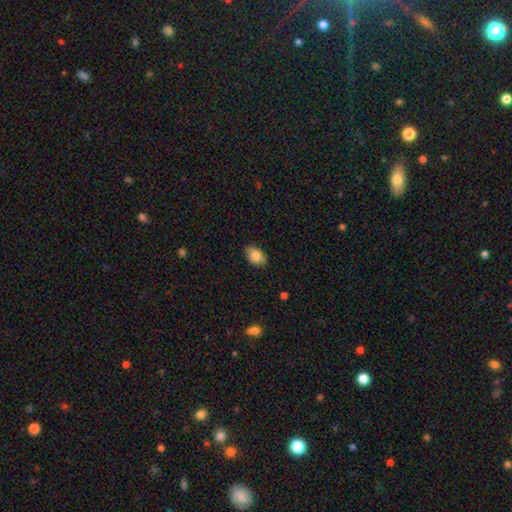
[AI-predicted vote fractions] smooth_or_featured: smooth (p=0.85) [alt: star or artifact p=0.08]
how_rounded: in between (p=0.84) [alt: round p=0.15]
merging: none (p=0.81) [alt: minor disturbance p=0.15]